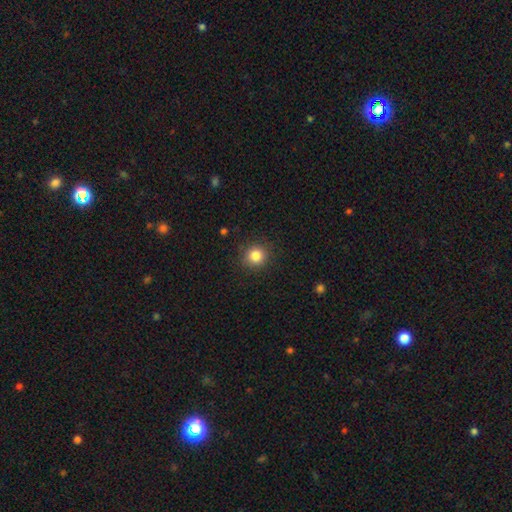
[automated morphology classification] Q: Smooth or featured?
A: smooth (84%); runner-up: star or artifact (11%)
Q: How rounded?
A: round (90%); runner-up: in between (9%)
Q: Merging?
A: none (89%); runner-up: minor disturbance (8%)